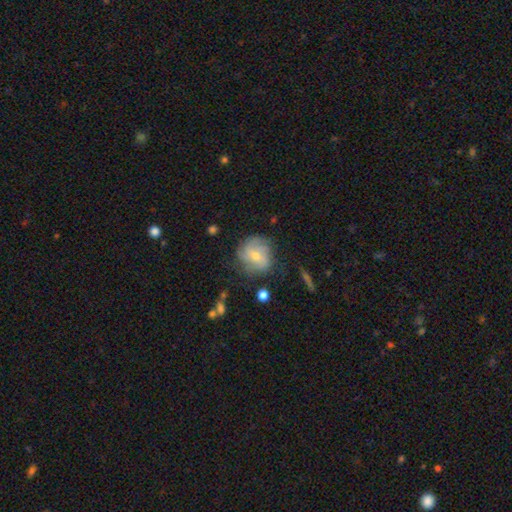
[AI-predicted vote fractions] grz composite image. It shows a featured or disk galaxy (56%) with no bar (49%), spiral arms (78%) and a small central bulge (48%). Merging: none (69%).